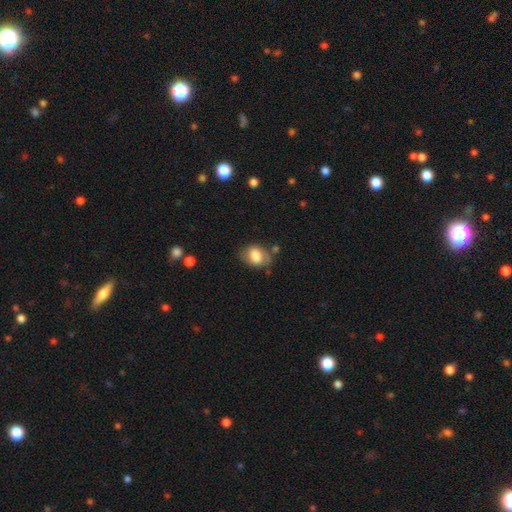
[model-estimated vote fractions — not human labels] The model was most divided on "how rounded": in between: 65%, round: 34%, cigar-shaped: 1%. More confident: smooth or featured — smooth (75%); merging — none (60%).